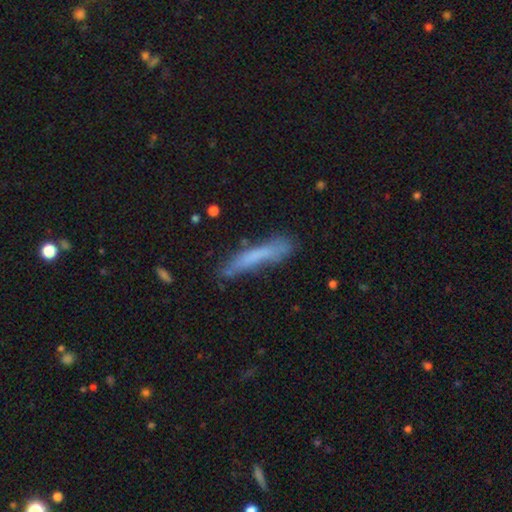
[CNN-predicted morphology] This is likely a smooth galaxy (64%). How rounded: clearly cigar-shaped (90%). Merging: likely none (62%).